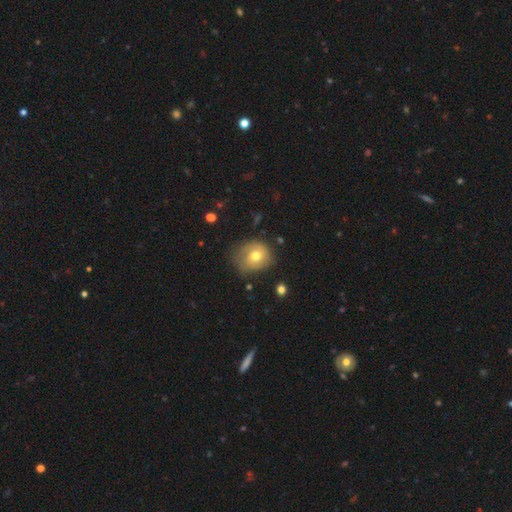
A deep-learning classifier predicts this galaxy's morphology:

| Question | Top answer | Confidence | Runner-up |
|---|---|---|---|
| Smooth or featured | smooth | 66% | featured or disk (25%) |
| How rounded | round | 75% | in between (24%) |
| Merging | none | 56% | minor disturbance (31%) |